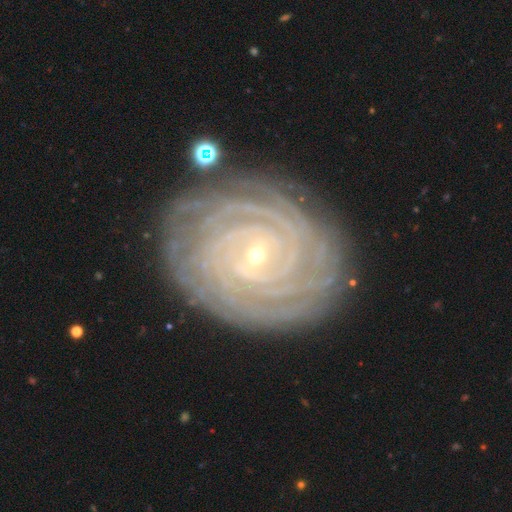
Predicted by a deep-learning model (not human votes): This is clearly a featured or disk galaxy (91%). It is clearly not viewed edge-on (98%). Bar: possibly no (59%). Spiral arm pattern: clearly yes (98%). Spiral arm count: marginally 4 (24%). Spiral winding: clearly tight (91%). Central bulge: clearly small (85%). Merging: clearly none (83%).